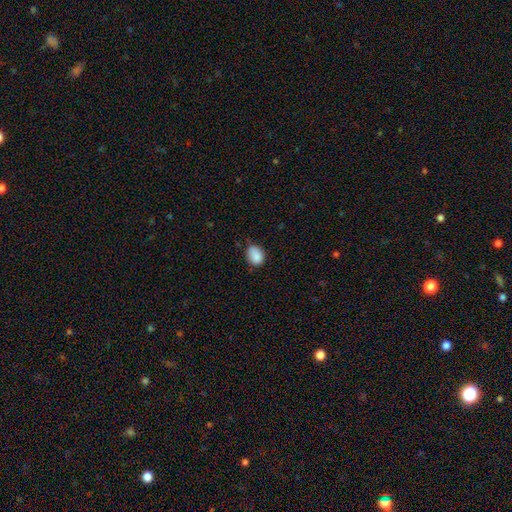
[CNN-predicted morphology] The model was most divided on "how rounded": in between: 63%, round: 36%, cigar-shaped: 1%. More confident: smooth or featured — smooth (87%); merging — none (68%).